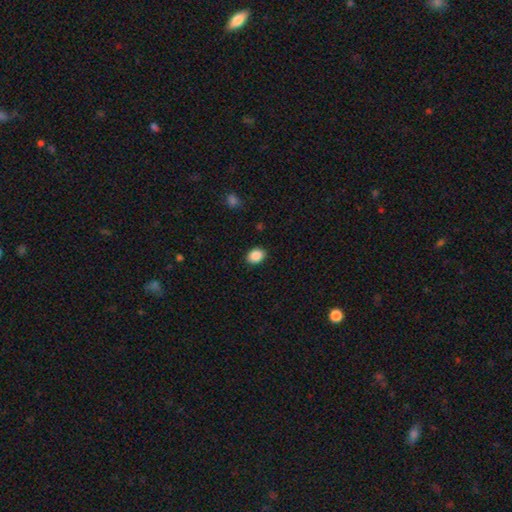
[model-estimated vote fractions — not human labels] A smooth galaxy with no disk features (89%) that is in between round and cigar-shaped (64%). Merging: none (88%).